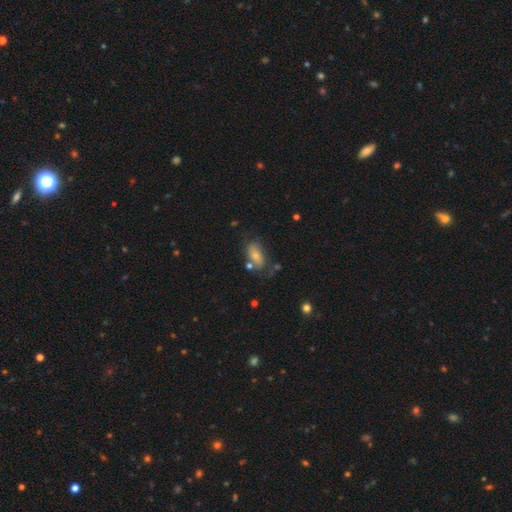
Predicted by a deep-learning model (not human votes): Overall: smooth (60%; featured or disk 30%). How rounded: in between (87%). Merging: none (50%; minor disturbance 25%).